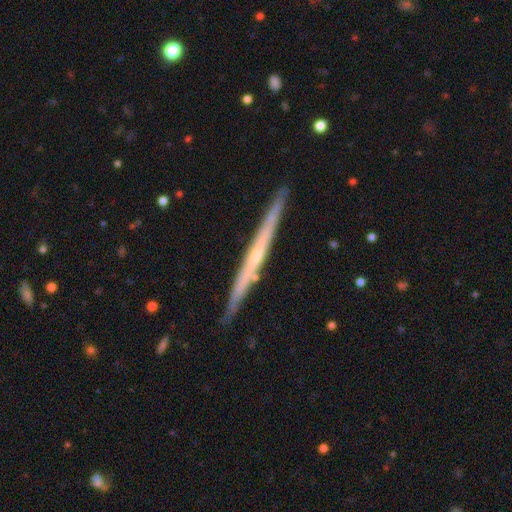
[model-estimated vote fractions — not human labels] Smooth or featured? Predicted: featured or disk (p=0.70). Edge-on disk? Predicted: yes (p=0.97). Edge-on bulge? Predicted: none (p=0.64). Merging? Predicted: none (p=0.89).